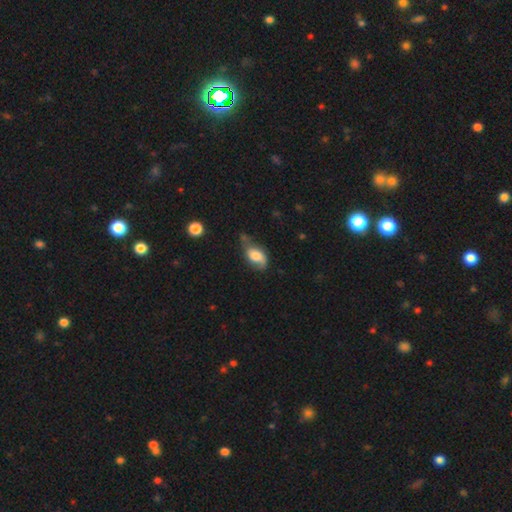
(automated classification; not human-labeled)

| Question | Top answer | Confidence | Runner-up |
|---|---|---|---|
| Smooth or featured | smooth | 60% | featured or disk (32%) |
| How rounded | in between | 87% | round (9%) |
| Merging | none | 39% | minor disturbance (36%) |